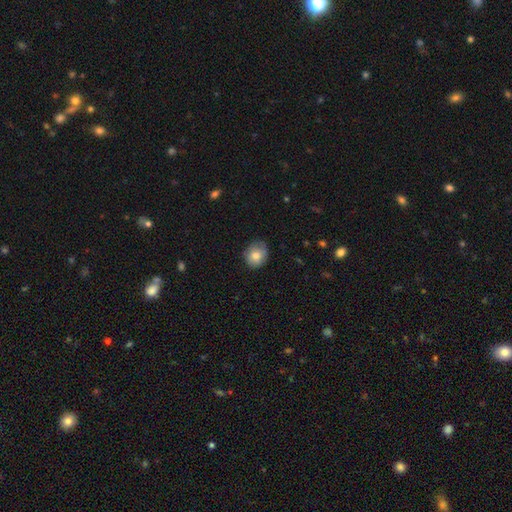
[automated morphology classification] Smooth or featured: smooth — 80% (featured or disk — 12%)
How rounded: round — 66% (in between — 33%)
Merging: none — 73% (minor disturbance — 22%)